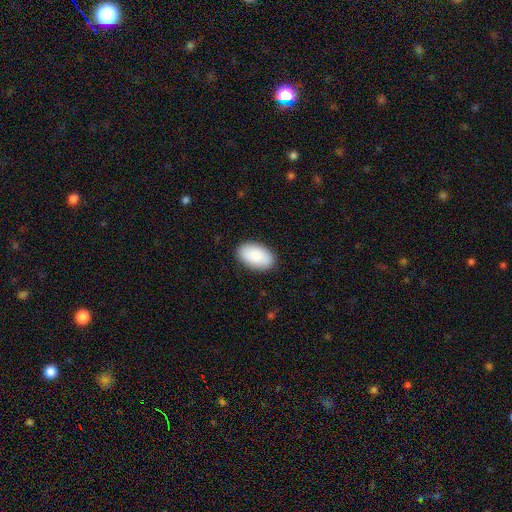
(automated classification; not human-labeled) A smooth galaxy with no disk features (89%) that is in between round and cigar-shaped (95%).

Vote fractions:
- Smooth or featured? smooth: 89% / star or artifact: 6% / featured or disk: 5%
- How rounded? in between: 95% / round: 4% / cigar-shaped: 1%
- Merging? none: 89% / minor disturbance: 9% / major disturbance: 2% / merger: 1%